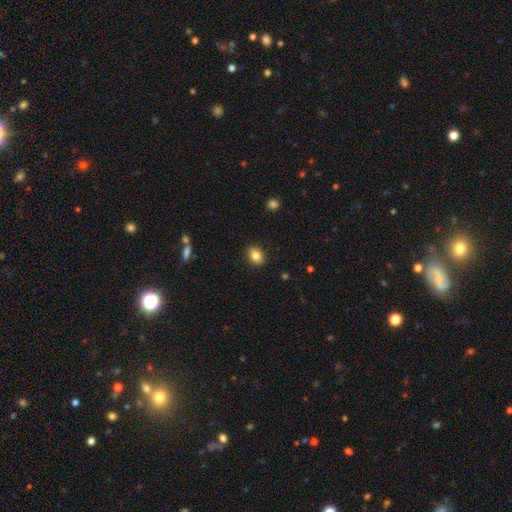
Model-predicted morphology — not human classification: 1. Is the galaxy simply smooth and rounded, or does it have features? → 83% smooth, 9% star or artifact, 7% featured or disk.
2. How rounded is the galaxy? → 59% in between, 39% round, 1% cigar-shaped.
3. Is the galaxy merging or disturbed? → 89% none, 8% minor disturbance, 2% major disturbance, 1% merger.